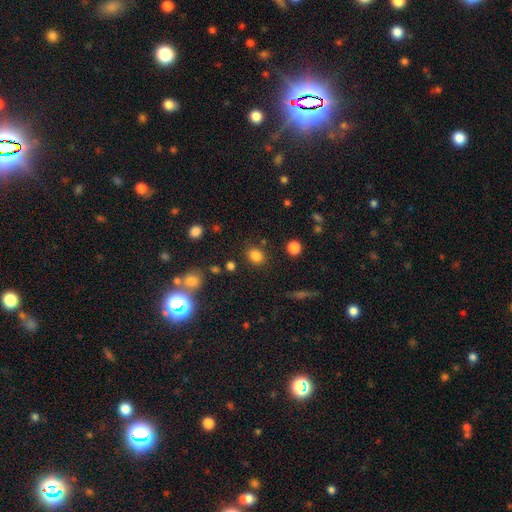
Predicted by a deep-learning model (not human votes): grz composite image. It shows a smooth galaxy with no disk features (83%) that is in between round and cigar-shaped (50%). Merging: none (82%).